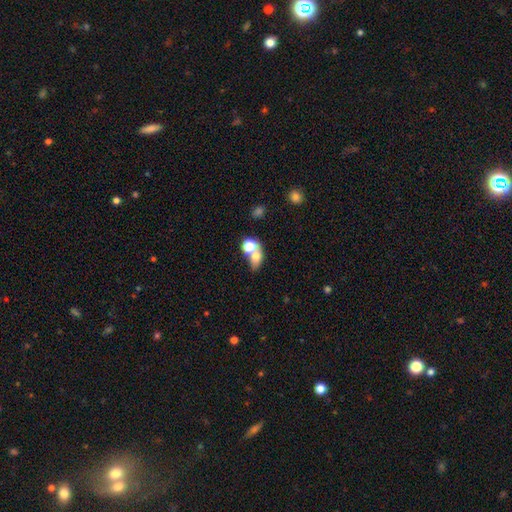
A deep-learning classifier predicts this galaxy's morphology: This is likely a smooth galaxy (69%). How rounded: likely in between (61%). Merging: possibly merger (54%).